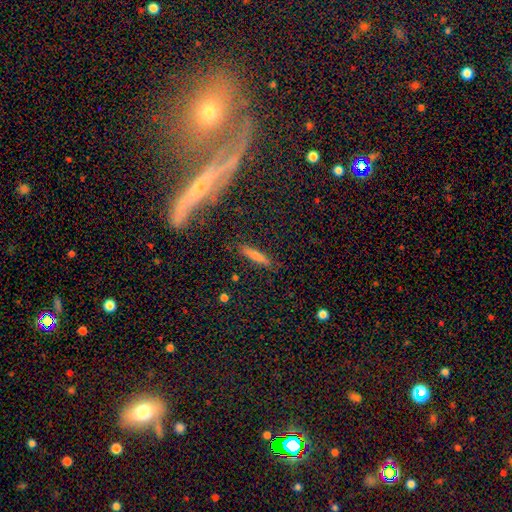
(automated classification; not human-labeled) The model was most divided on "smooth or featured": smooth: 59%, featured or disk: 32%, star or artifact: 9%. More confident: how rounded — cigar-shaped (87%); merging — none (84%).